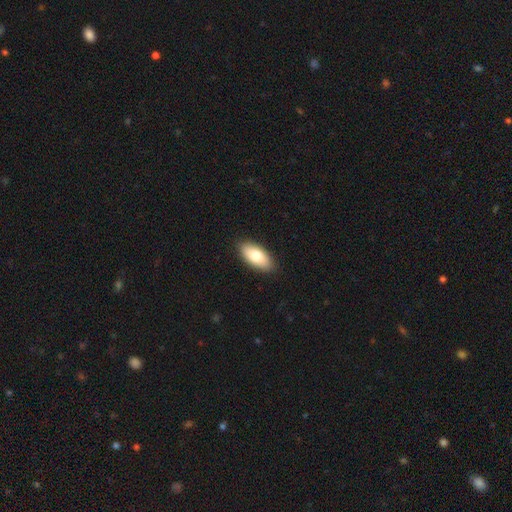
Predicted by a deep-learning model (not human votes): A smooth galaxy with no disk features (78%) that is in between round and cigar-shaped (90%). Merging: none (89%).